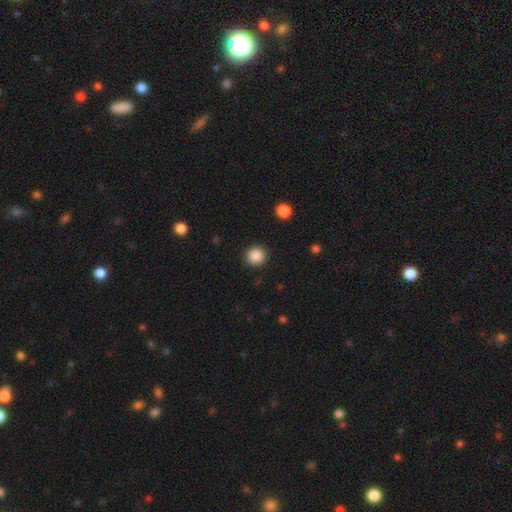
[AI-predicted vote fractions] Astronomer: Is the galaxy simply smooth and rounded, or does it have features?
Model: smooth — 88%.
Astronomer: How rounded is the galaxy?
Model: round — 93%.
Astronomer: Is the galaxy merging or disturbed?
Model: none — 91%.